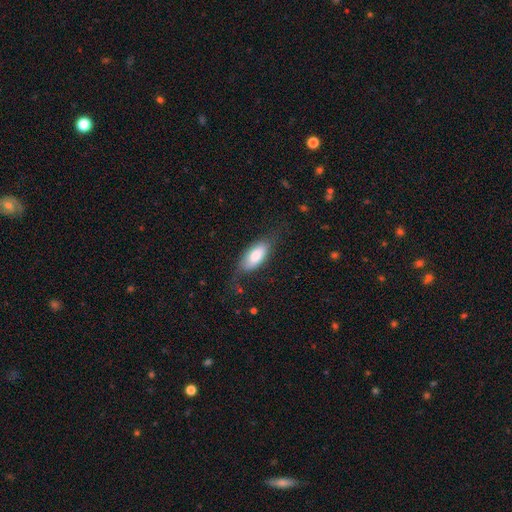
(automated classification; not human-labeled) This is likely a smooth galaxy (77%). How rounded: clearly in between (86%). Merging: likely none (64%).